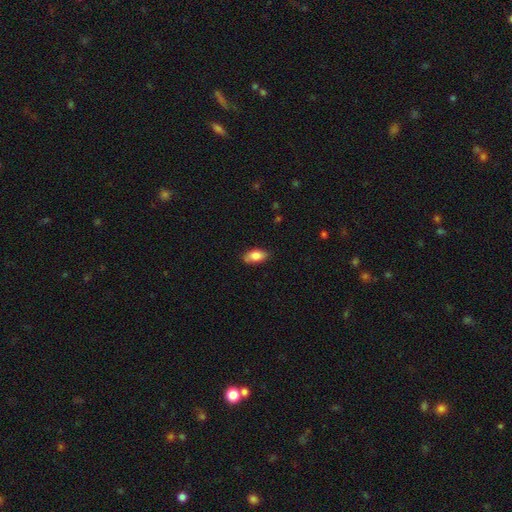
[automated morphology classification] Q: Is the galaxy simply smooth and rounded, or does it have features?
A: smooth — 82%.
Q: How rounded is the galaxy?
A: in between — 90%.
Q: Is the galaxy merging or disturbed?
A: none — 81%.